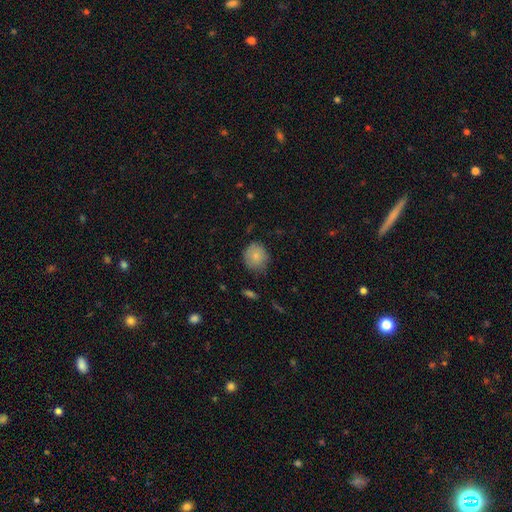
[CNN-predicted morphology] Smooth or featured: smooth — 82% (featured or disk — 11%)
How rounded: round — 85% (in between — 14%)
Merging: none — 73% (minor disturbance — 22%)